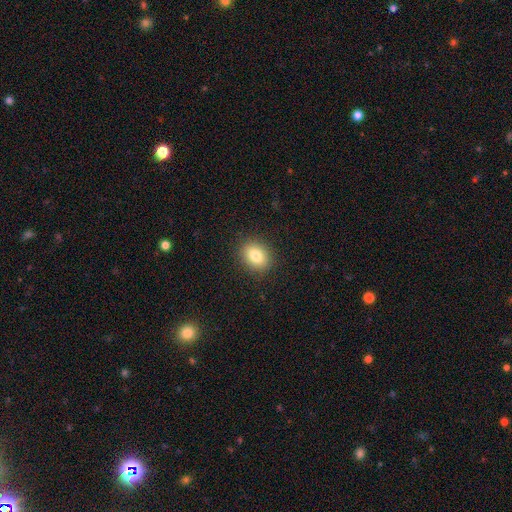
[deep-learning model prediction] The model was most divided on "how rounded": in between: 53%, round: 45%, cigar-shaped: 1%. More confident: merging — none (89%); smooth or featured — smooth (81%).